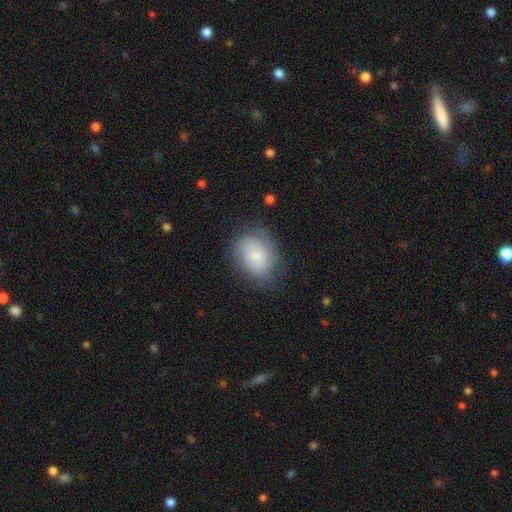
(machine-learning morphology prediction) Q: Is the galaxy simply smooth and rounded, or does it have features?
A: smooth — 64%.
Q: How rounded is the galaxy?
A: in between — 64%.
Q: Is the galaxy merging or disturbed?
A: none — 67%.